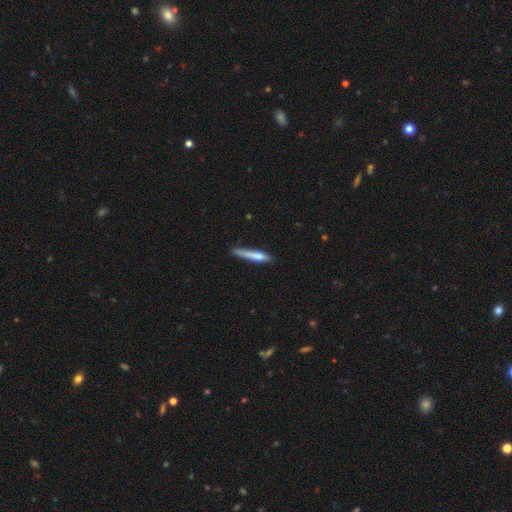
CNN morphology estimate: This appears to be a smooth galaxy with no disk features (74%) that is cigar-shaped (92%). Merging: none (65%).